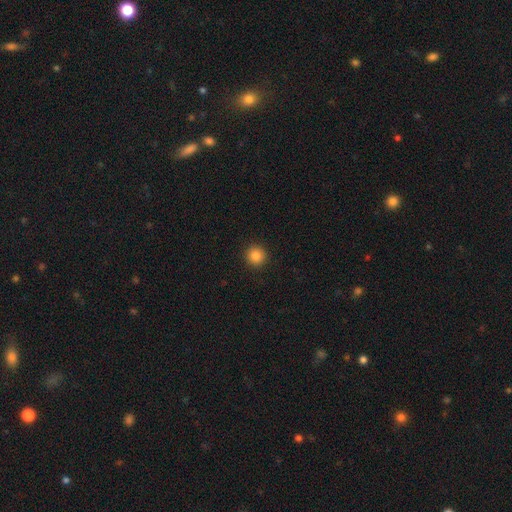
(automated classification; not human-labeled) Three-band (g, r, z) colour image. It shows a smooth galaxy with no disk features (85%) that is round (95%). Merging: none (93%).